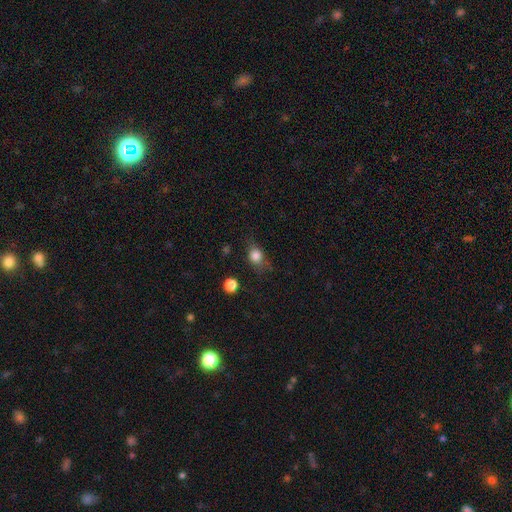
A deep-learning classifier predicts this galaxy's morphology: A smooth galaxy with no disk features (79%) that is round (51%). Merging: none (63%).